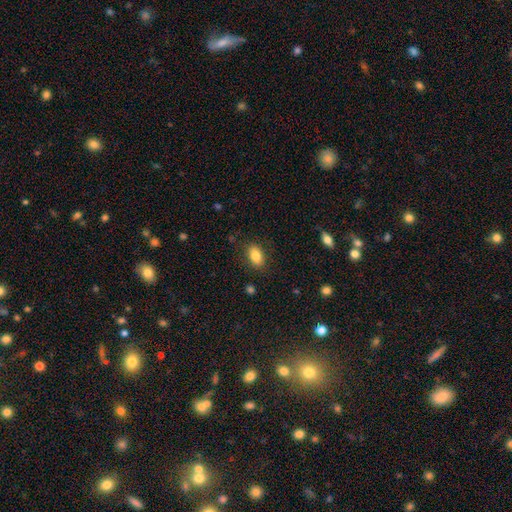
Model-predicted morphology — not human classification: smooth_or_featured: smooth (p=0.83) [alt: featured or disk p=0.09]
how_rounded: in between (p=0.89) [alt: round p=0.09]
merging: none (p=0.85) [alt: minor disturbance p=0.11]